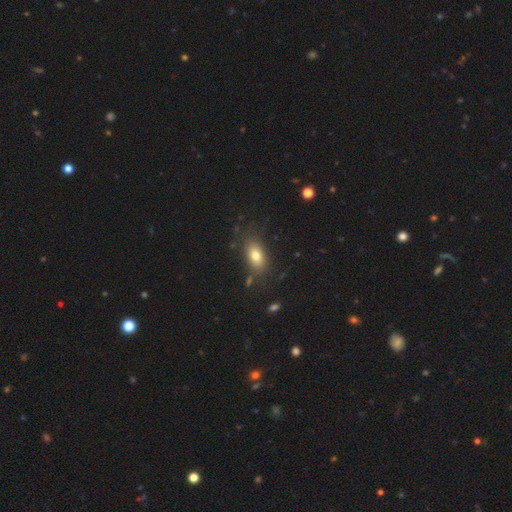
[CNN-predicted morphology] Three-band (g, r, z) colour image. It shows a smooth galaxy with no disk features (77%) that is in between round and cigar-shaped (86%). Merging: none (78%).